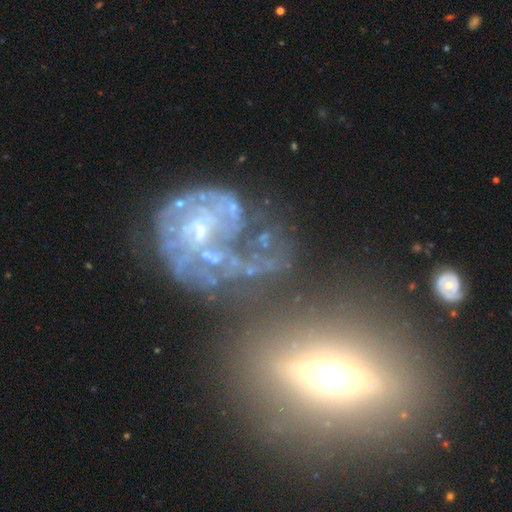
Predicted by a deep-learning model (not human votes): Overall: featured or disk (79%). Edge-on disk: no (94%). Bar: no (67%). Spiral arms: yes (76%). Spiral arm count: can't tell (39%; 2 24%). Spiral winding: tight (50%; medium 32%). Bulge size: small (52%; moderate 30%). Merging: none (37%; major disturbance 25%).